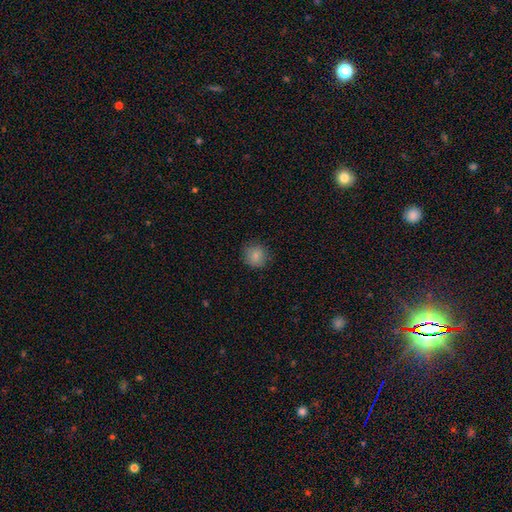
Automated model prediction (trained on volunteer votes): smooth 84%, star or artifact 10%, featured or disk 6%. Down the decision tree: how rounded — round (87%); merging — none (84%).